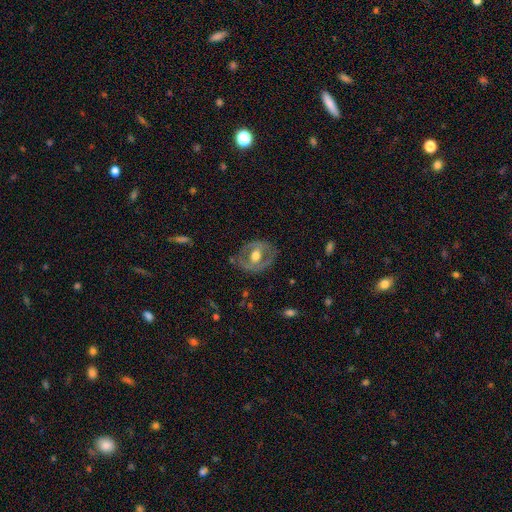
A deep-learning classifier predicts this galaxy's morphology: Q: Smooth or featured?
A: featured or disk (62%); runner-up: smooth (32%)
Q: Edge-on disk?
A: no (93%); runner-up: yes (7%)
Q: Bar?
A: no (56%); runner-up: weak (29%)
Q: Spiral arms?
A: no (75%); runner-up: yes (25%)
Q: Bulge size?
A: moderate (68%); runner-up: large (23%)
Q: Merging?
A: none (71%); runner-up: minor disturbance (19%)